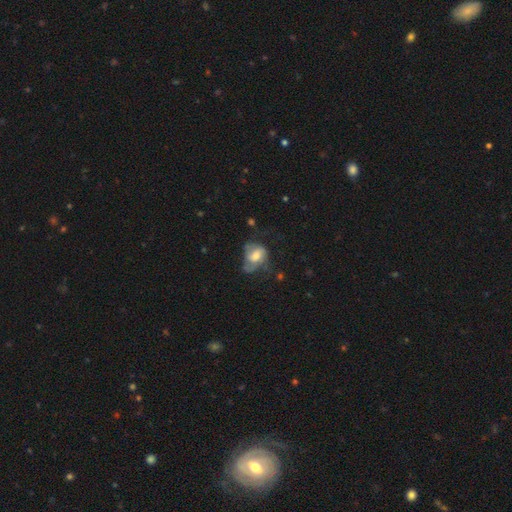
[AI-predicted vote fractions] Smooth or featured? featured or disk (52%)
Edge-on disk? no (97%)
Merging? none (37%)